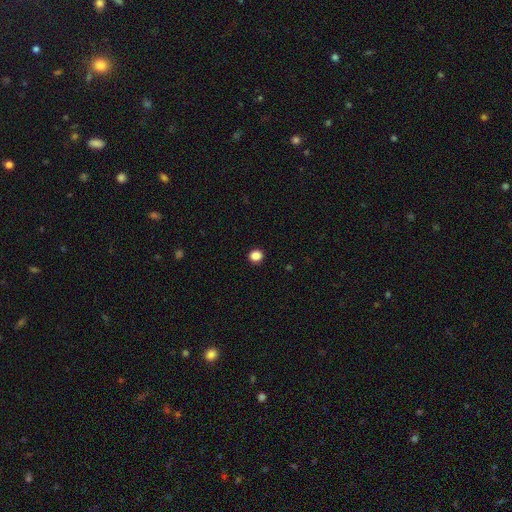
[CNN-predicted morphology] smooth 87%, star or artifact 11%, featured or disk 3%. Down the decision tree: how rounded — round (86%); merging — none (93%).